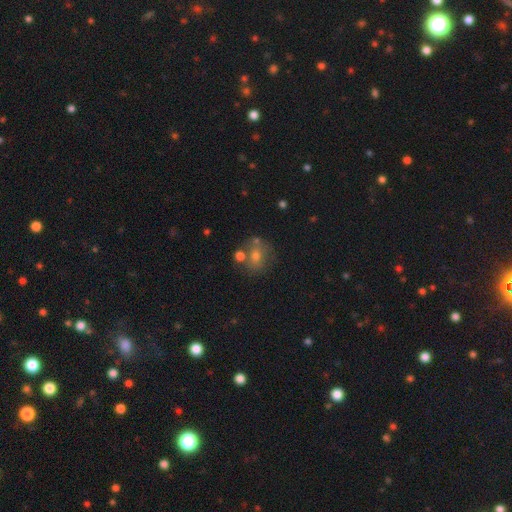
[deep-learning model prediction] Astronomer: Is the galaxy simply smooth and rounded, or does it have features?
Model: smooth — 56%.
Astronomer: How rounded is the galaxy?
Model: round — 72%.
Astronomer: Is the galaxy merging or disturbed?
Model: none — 59%.